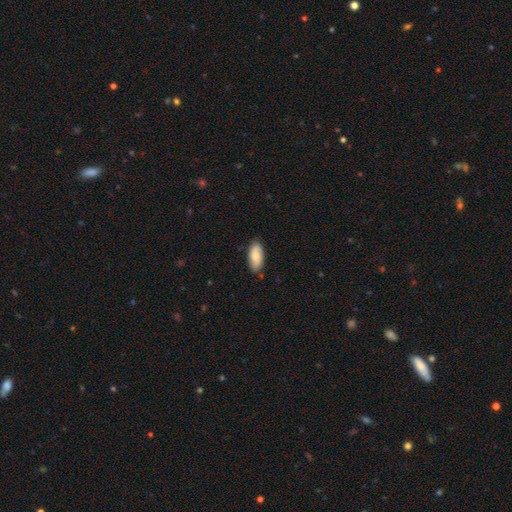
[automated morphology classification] Smooth or featured: smooth — 77% (featured or disk — 17%)
How rounded: in between — 87% (cigar-shaped — 11%)
Merging: none — 83% (minor disturbance — 13%)